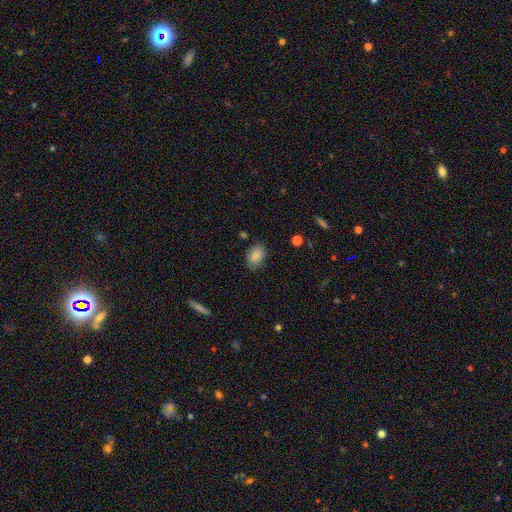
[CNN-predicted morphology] This is clearly a smooth galaxy (85%). How rounded: clearly in between (83%). Merging: likely none (79%).